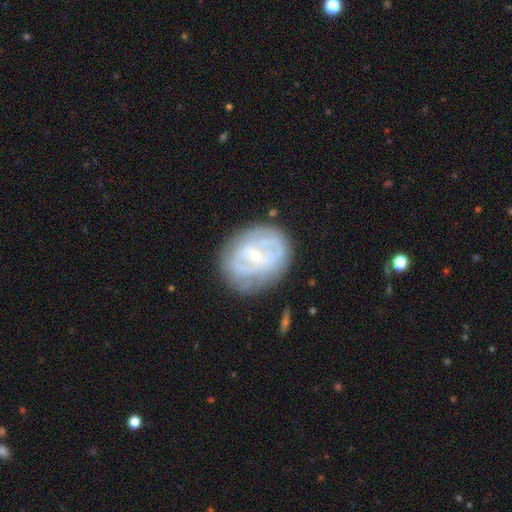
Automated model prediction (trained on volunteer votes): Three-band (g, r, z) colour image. It shows a featured or disk galaxy (76%) with no bar (44%), tight (60%) spiral arms (77%) and a small central bulge (75%). Merging: none (71%).